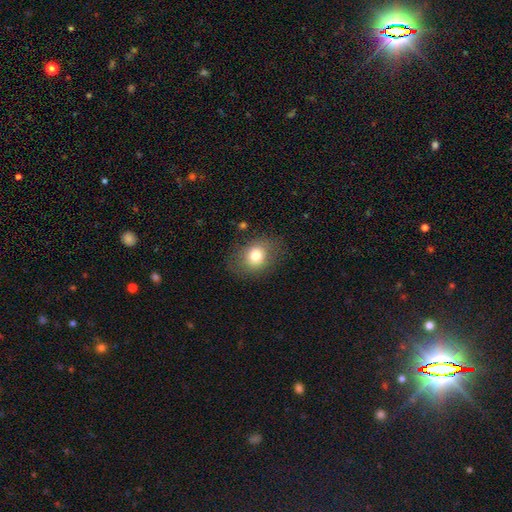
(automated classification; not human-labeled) A smooth galaxy with no disk features (77%) that is round (52%).

Vote fractions:
- Smooth or featured? smooth: 77% / featured or disk: 13% / star or artifact: 10%
- How rounded? round: 52% / in between: 47% / cigar-shaped: 1%
- Merging? none: 79% / minor disturbance: 14% / major disturbance: 6% / merger: 2%